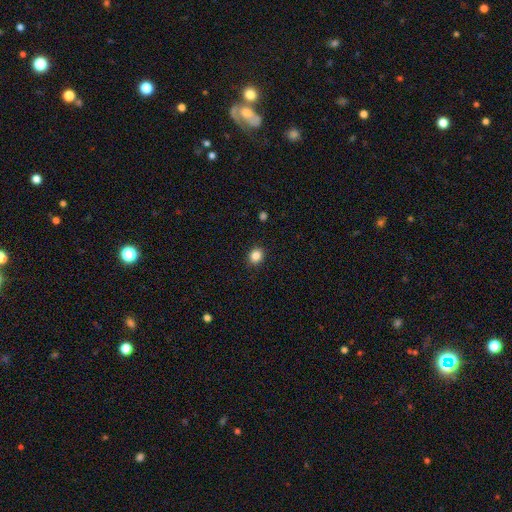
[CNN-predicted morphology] smooth-or-featured: smooth: 85% | star or artifact: 11% | featured or disk: 4%
  how-rounded: round: 66% | in between: 33% | cigar-shaped: 1%
  merging: none: 90% | minor disturbance: 7% | major disturbance: 2% | merger: 1%